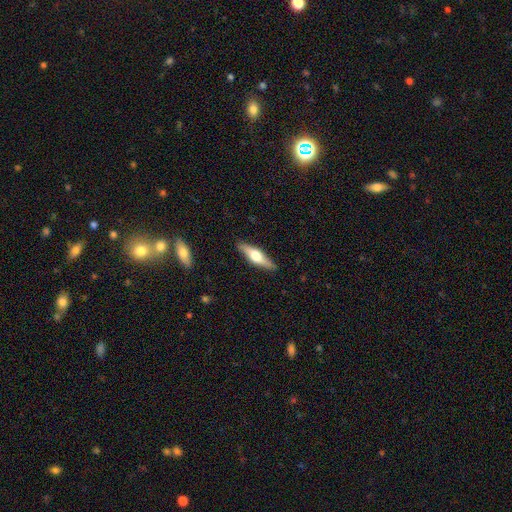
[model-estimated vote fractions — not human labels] Overall: featured or disk (54%; smooth 41%). Edge-on disk: yes (93%). Edge-on bulge: rounded (93%). Merging: none (89%).